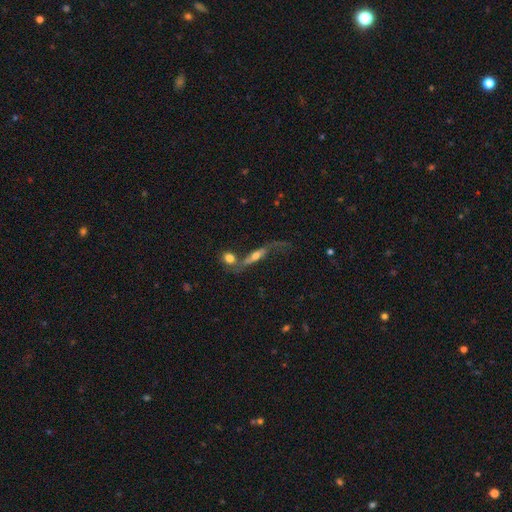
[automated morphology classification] Q: Smooth or featured?
A: featured or disk (55%); runner-up: smooth (35%)
Q: Edge-on disk?
A: yes (52%); runner-up: no (48%)
Q: Merging?
A: merger (36%); runner-up: none (31%)